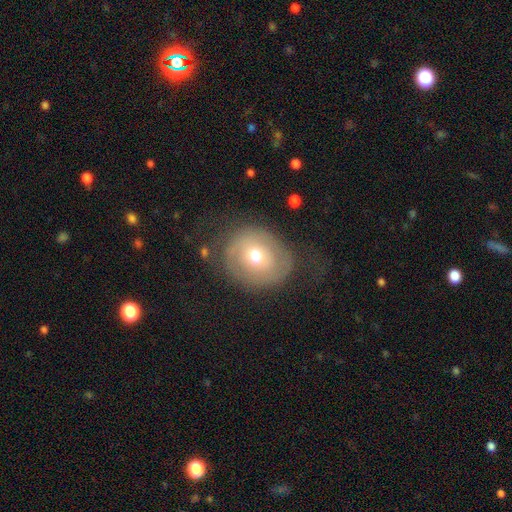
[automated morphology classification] A featured or disk galaxy (46%). Merging: none (63%).